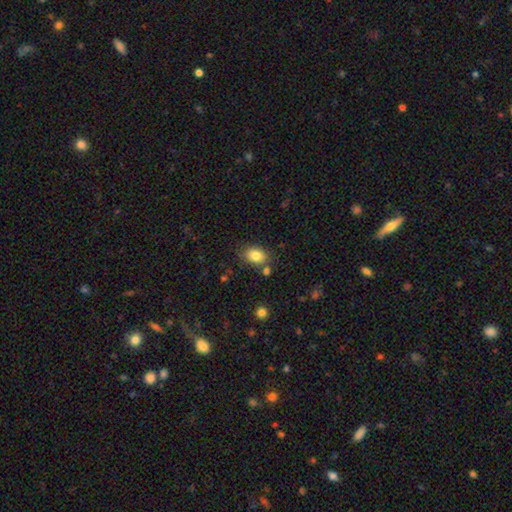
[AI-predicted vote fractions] This is clearly a smooth galaxy (83%). How rounded: likely in between (78%). Merging: likely none (75%).